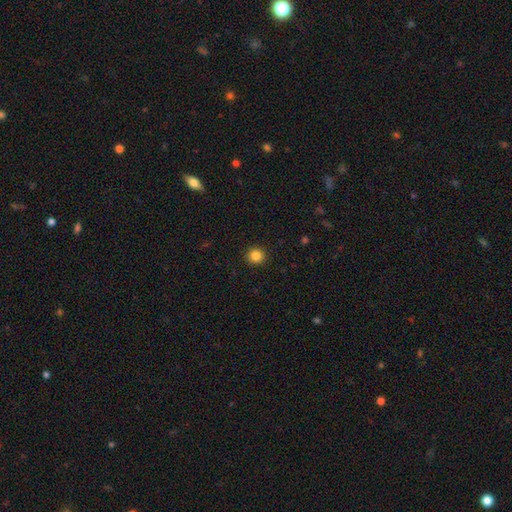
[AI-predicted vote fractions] The model was most divided on "smooth or featured": smooth: 84%, star or artifact: 12%, featured or disk: 4%. More confident: how rounded — round (94%); merging — none (93%).